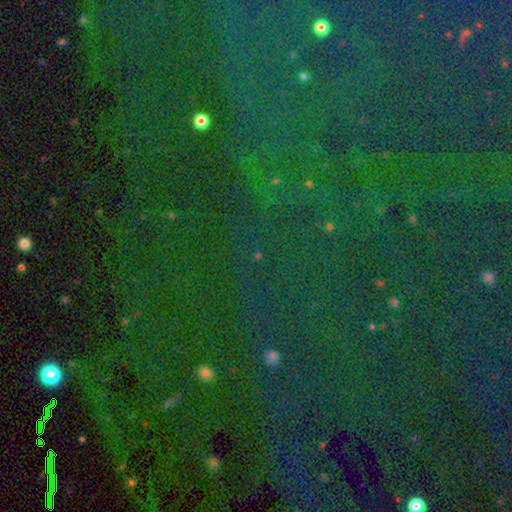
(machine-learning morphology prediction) Smooth or featured? Predicted: star or artifact (p=0.81).